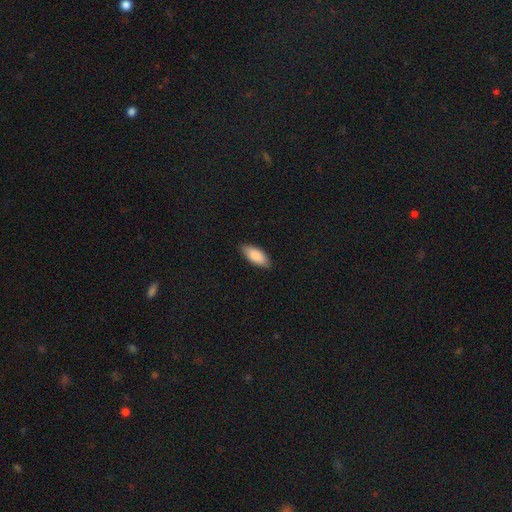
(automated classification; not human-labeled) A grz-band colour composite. It shows a smooth galaxy with no disk features (88%) that is in between round and cigar-shaped (85%). Merging: none (86%).